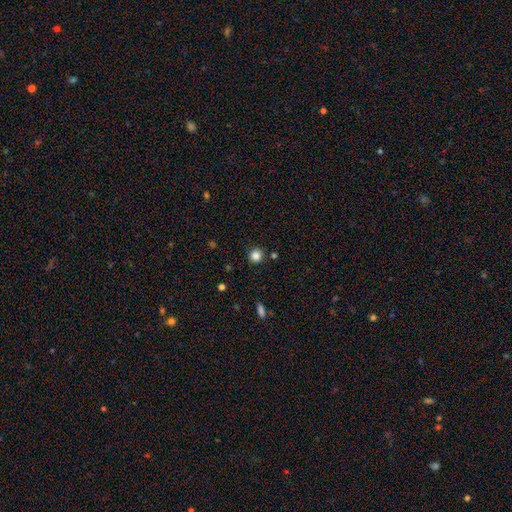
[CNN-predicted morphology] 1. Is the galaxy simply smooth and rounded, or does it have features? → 84% smooth, 12% star or artifact, 4% featured or disk.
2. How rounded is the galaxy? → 92% round, 7% in between, 1% cigar-shaped.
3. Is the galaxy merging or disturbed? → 88% none, 7% minor disturbance, 3% merger, 2% major disturbance.